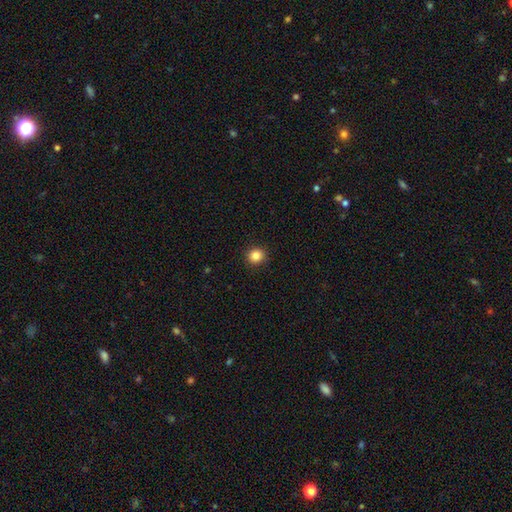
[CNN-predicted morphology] type=smooth (85%); roundness=round (89%); merging=none (92%).